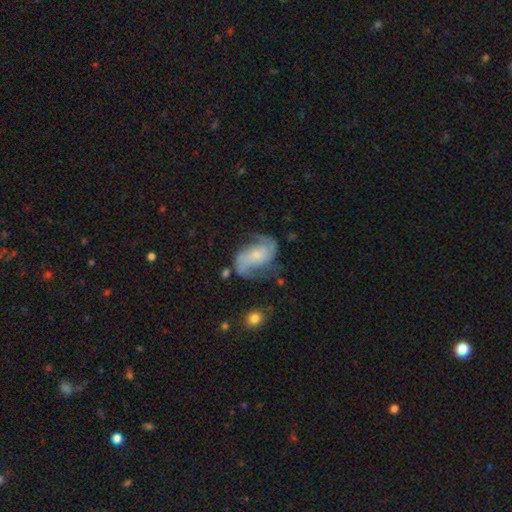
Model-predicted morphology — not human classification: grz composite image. It shows a featured or disk galaxy (81%) with no bar (57%), 2 (89%) medium (43%) spiral arms (95%) and a small central bulge (68%). Merging: none (62%).